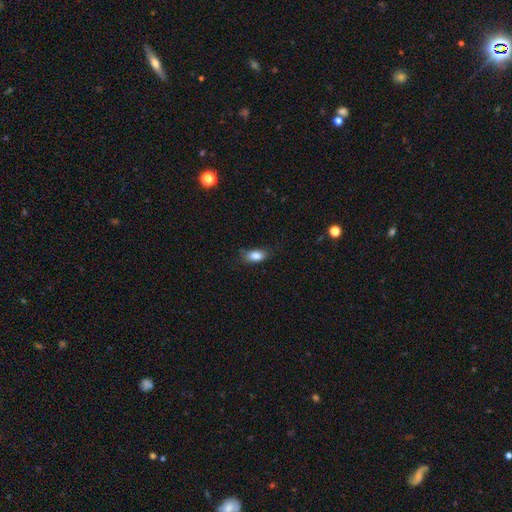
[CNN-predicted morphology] type=smooth (85%); roundness=in between (87%); merging=none (64%).